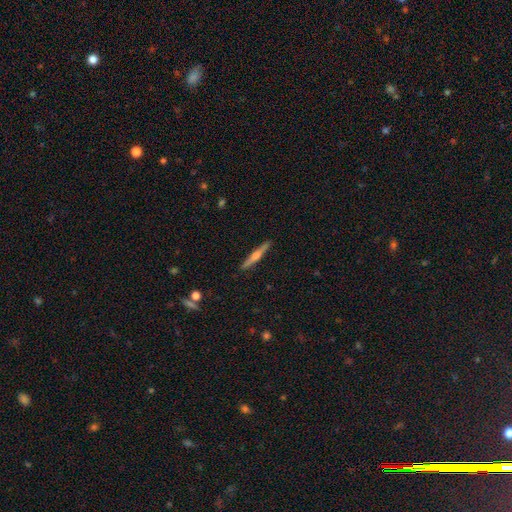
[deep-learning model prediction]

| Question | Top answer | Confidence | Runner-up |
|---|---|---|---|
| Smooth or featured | featured or disk | 68% | smooth (26%) |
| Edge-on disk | yes | 98% | no (2%) |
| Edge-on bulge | rounded | 85% | none (9%) |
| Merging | none | 91% | minor disturbance (6%) |